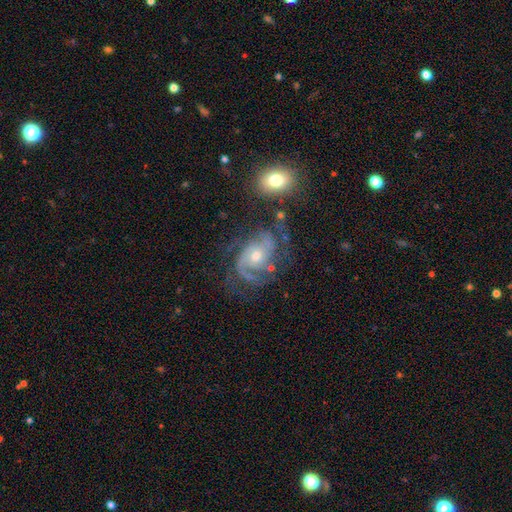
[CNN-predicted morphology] This is clearly a featured or disk galaxy (88%). It is clearly not viewed edge-on (98%). Bar: likely no (70%). Spiral arm pattern: clearly yes (96%). Spiral arm count: possibly 2 (55%). Spiral winding: marginally tight (44%, tied with medium). Central bulge: possibly moderate (57%). Merging: possibly none (58%).